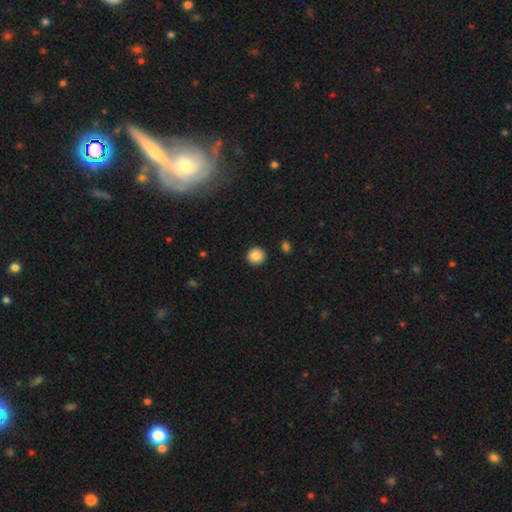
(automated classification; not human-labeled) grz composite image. It shows a smooth galaxy with no disk features (87%) that is round (92%). Merging: none (92%).